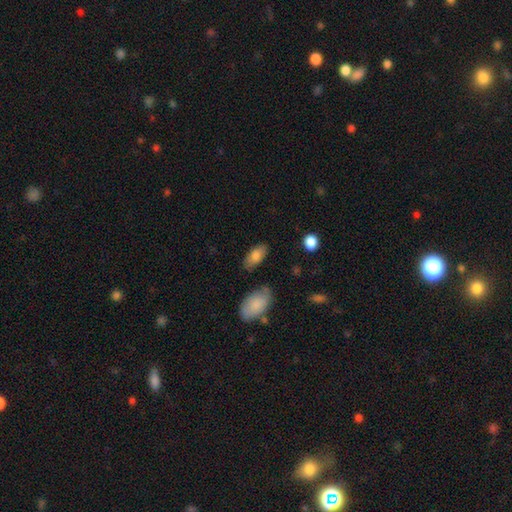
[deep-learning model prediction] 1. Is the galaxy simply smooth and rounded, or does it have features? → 80% smooth, 13% featured or disk, 7% star or artifact.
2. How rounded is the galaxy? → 92% in between, 5% cigar-shaped, 3% round.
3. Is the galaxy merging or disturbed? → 78% none, 15% minor disturbance, 4% major disturbance, 3% merger.